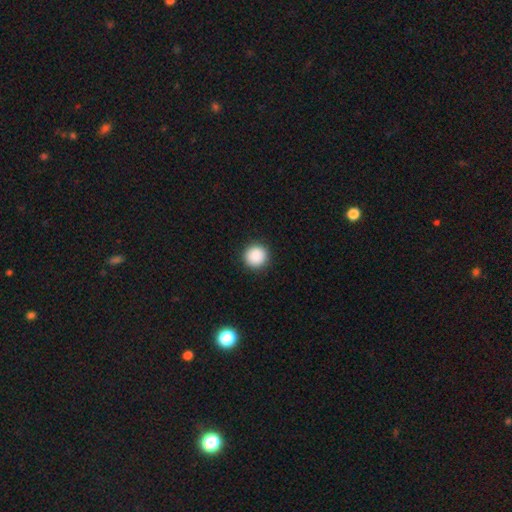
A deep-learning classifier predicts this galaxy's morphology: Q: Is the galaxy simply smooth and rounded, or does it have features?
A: smooth — 89%.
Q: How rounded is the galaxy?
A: round — 95%.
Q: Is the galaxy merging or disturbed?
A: none — 92%.